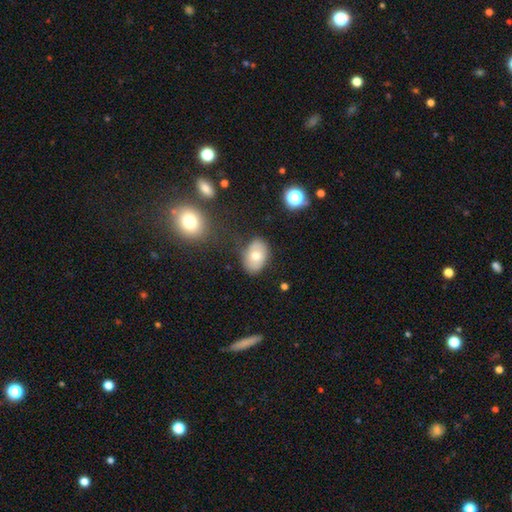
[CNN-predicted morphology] smooth-or-featured: smooth: 69% | featured or disk: 22% | star or artifact: 9%
  how-rounded: in between: 84% | round: 14% | cigar-shaped: 1%
  merging: none: 76% | minor disturbance: 17% | major disturbance: 4% | merger: 3%